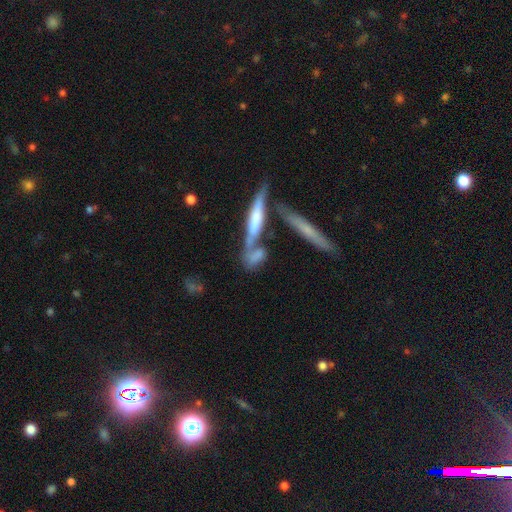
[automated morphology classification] Smooth or featured: smooth — 60% (featured or disk — 32%)
How rounded: cigar-shaped — 60% (in between — 34%)
Merging: merger — 43% (none — 35%)